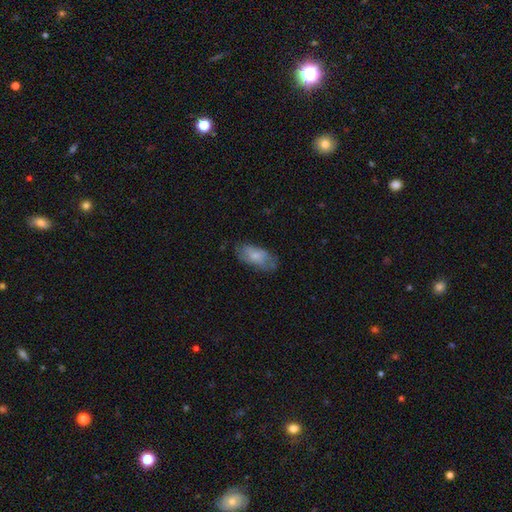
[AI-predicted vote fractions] Smooth or featured? Predicted: smooth (p=0.67). How rounded? Predicted: in between (p=0.90). Merging? Predicted: none (p=0.64).